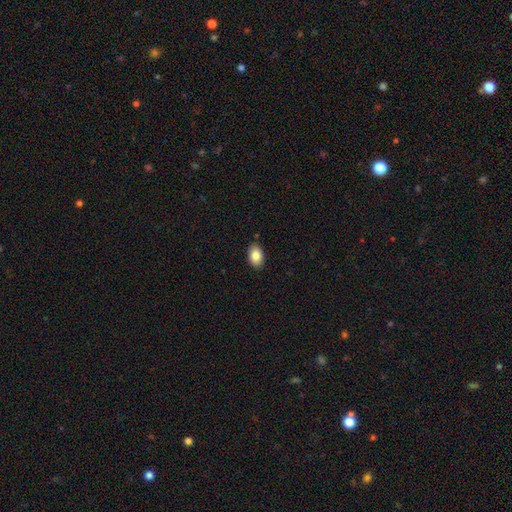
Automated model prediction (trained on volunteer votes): Morphology: type=smooth (86%); roundness=in between (88%); merging=none (87%).